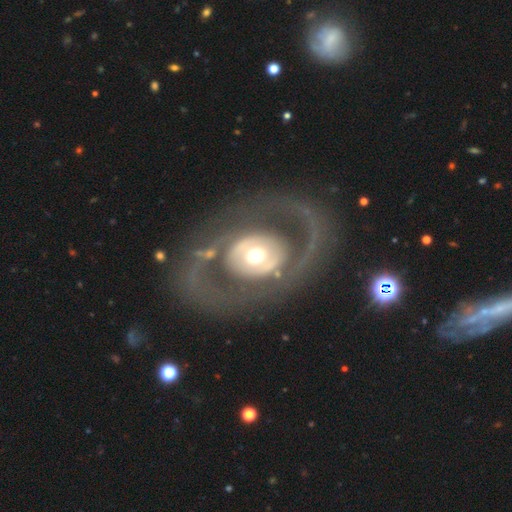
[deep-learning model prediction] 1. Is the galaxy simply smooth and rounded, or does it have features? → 75% featured or disk, 19% smooth, 6% star or artifact.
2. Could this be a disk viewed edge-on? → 94% no, 6% yes.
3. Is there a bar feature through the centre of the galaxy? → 77% no, 15% weak, 9% strong.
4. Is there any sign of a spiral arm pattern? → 54% no, 46% yes.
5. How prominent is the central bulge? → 61% moderate, 27% large, 7% small, 4% dominant, 1% none.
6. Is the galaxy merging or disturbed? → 69% none, 17% major disturbance, 12% minor disturbance, 3% merger.